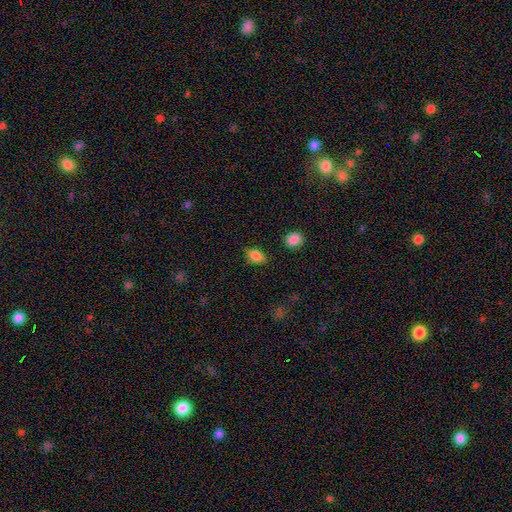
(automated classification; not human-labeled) Overall: smooth (85%). How rounded: in between (79%). Merging: none (80%).